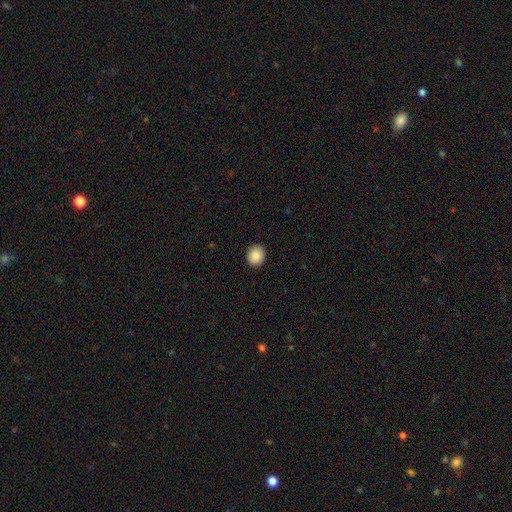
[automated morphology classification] Smooth or featured: smooth — 88% (star or artifact — 8%)
How rounded: round — 77% (in between — 22%)
Merging: none — 92% (minor disturbance — 6%)